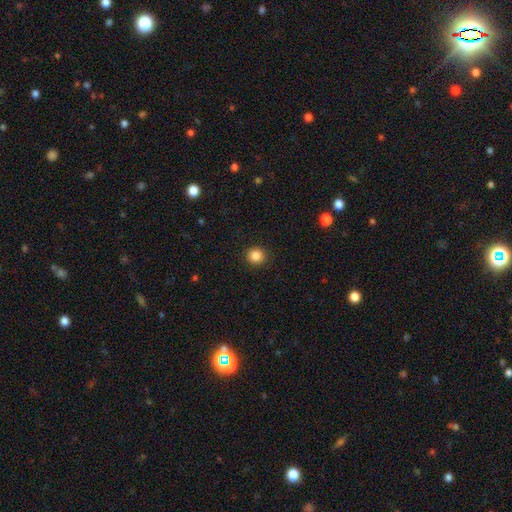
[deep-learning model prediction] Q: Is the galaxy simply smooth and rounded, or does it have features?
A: smooth — 86%.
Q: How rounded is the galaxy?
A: round — 91%.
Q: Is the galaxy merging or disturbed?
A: none — 92%.